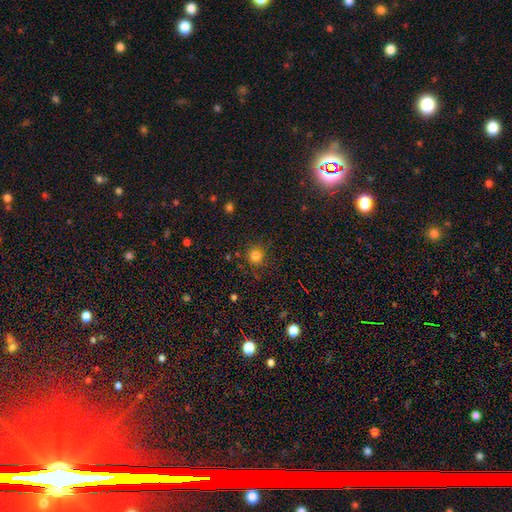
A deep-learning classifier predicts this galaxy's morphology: A smooth galaxy with no disk features (81%) that is round (93%).

Vote fractions:
- Smooth or featured? smooth: 81% / star or artifact: 14% / featured or disk: 5%
- How rounded? round: 93% / in between: 6% / cigar-shaped: 1%
- Merging? none: 85% / minor disturbance: 9% / major disturbance: 3% / merger: 2%